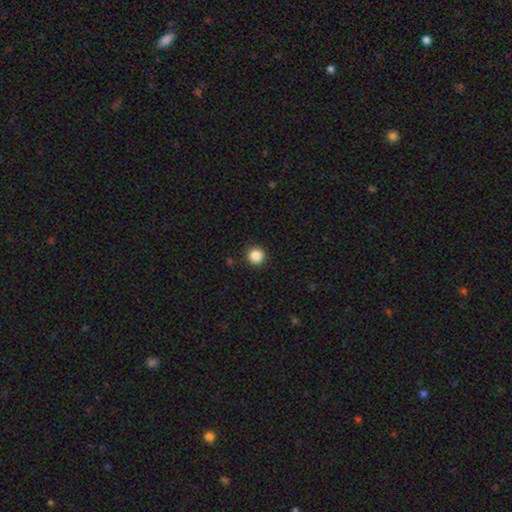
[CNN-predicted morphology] type=smooth (86%); roundness=round (95%); merging=none (92%).